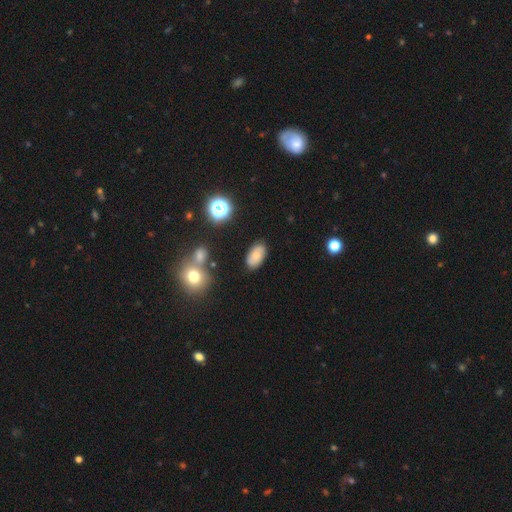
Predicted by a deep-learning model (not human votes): This is likely a smooth galaxy (68%). How rounded: clearly in between (92%). Merging: clearly none (83%).